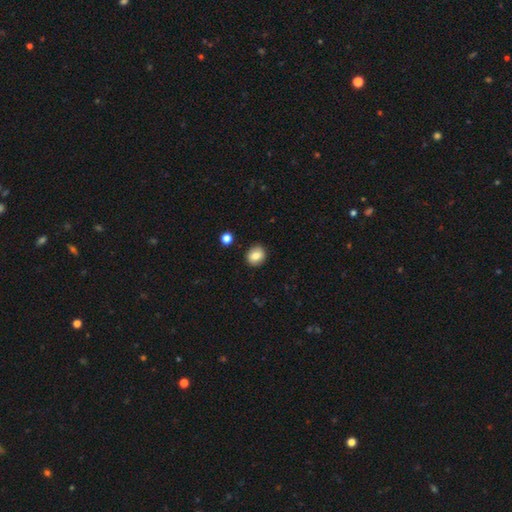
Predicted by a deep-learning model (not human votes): smooth 83%, star or artifact 9%, featured or disk 8%. Down the decision tree: how rounded — round (70%); merging — none (88%).